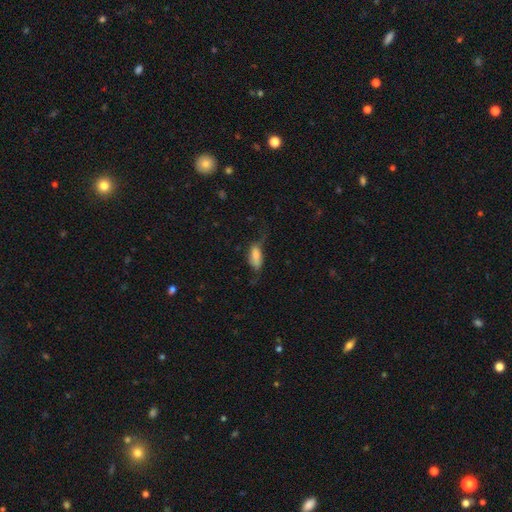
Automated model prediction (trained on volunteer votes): Smooth or featured: smooth — 71% (featured or disk — 21%)
How rounded: in between — 81% (cigar-shaped — 16%)
Merging: none — 37% (minor disturbance — 32%)